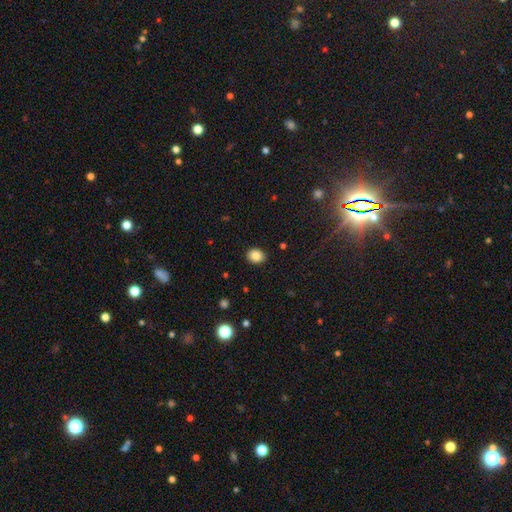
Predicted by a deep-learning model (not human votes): Smooth or featured?
  - smooth: 86% *
  - star or artifact: 9%
  - featured or disk: 5%
How rounded?
  - in between: 51% *
  - round: 48%
  - cigar-shaped: 1%
Merging?
  - none: 89% *
  - minor disturbance: 8%
  - major disturbance: 2%
  - merger: 1%